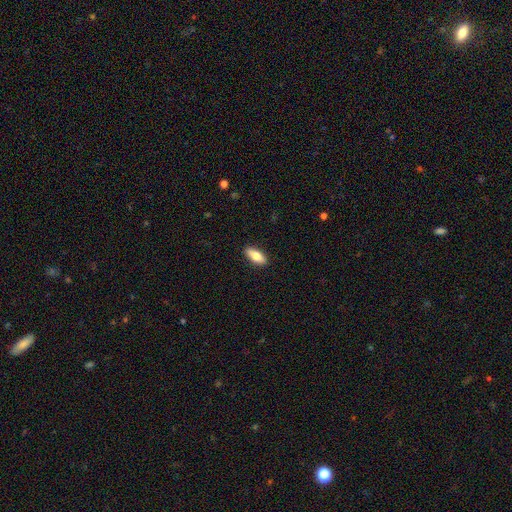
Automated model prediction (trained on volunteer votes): The model was most divided on "how rounded": in between: 80%, cigar-shaped: 18%, round: 3%. More confident: merging — none (89%); smooth or featured — smooth (78%).